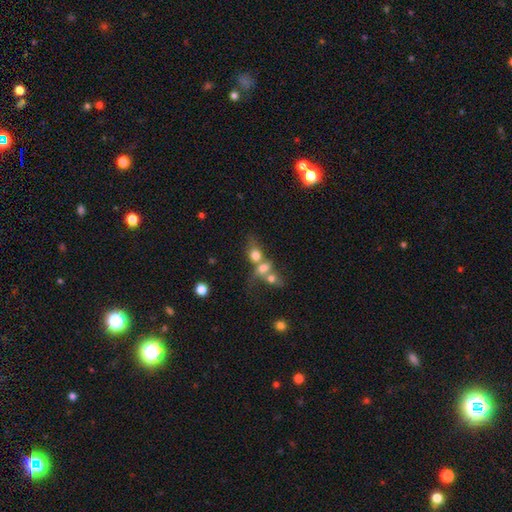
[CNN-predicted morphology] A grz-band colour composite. It shows a smooth galaxy with no disk features (69%) that is round (53%). Merging: merger (65%).